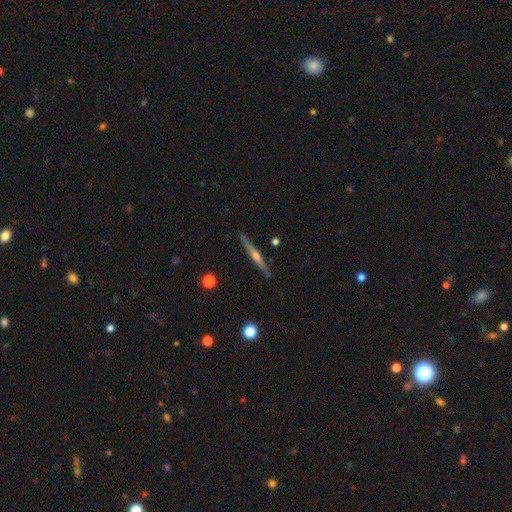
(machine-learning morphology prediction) Overall: featured or disk (76%). Edge-on disk: yes (98%). Edge-on bulge: rounded (84%). Merging: none (91%).